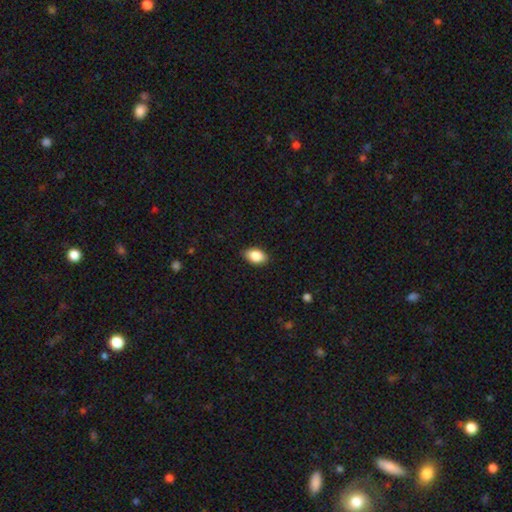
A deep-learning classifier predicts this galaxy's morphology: Smooth or featured?
  - smooth: 87% *
  - star or artifact: 7%
  - featured or disk: 6%
How rounded?
  - in between: 91% *
  - round: 7%
  - cigar-shaped: 2%
Merging?
  - none: 86% *
  - minor disturbance: 11%
  - major disturbance: 2%
  - merger: 1%